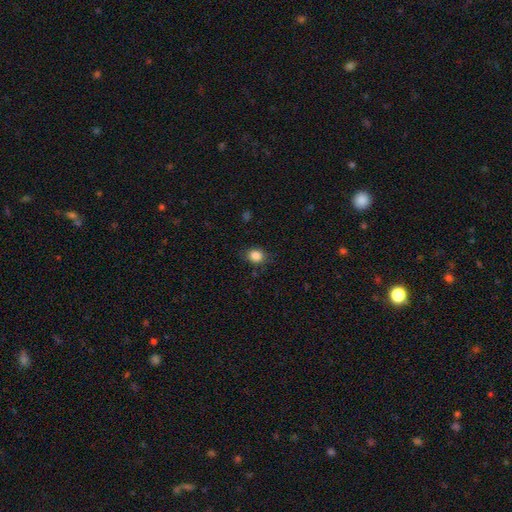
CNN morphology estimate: smooth 85%, star or artifact 10%, featured or disk 4%. Down the decision tree: how rounded — round (67%); merging — none (83%).